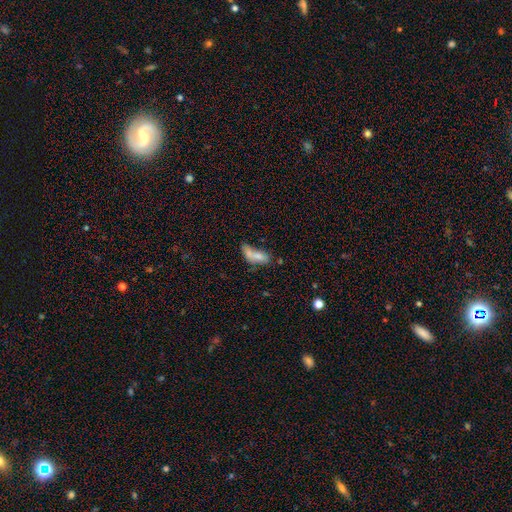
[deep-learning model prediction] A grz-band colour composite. It shows a smooth galaxy with no disk features (70%) that is in between round and cigar-shaped (73%). Merging: merger (36%).